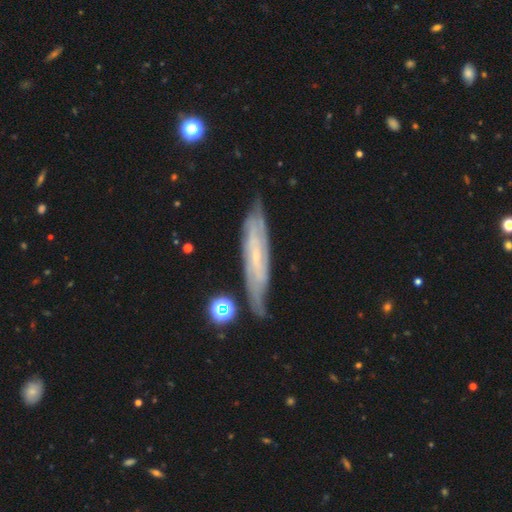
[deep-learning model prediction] This appears to be a featured or disk galaxy (74%). Merging: none (73%).